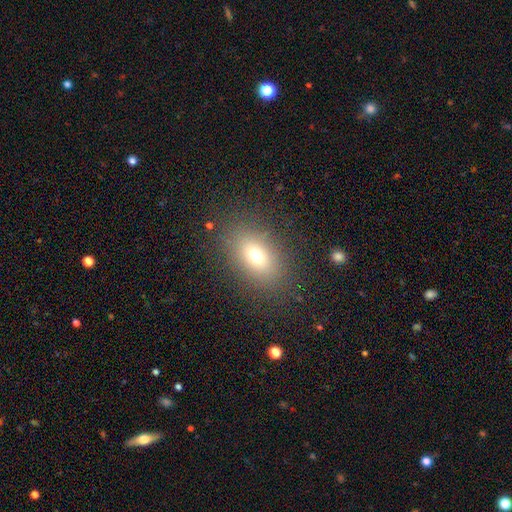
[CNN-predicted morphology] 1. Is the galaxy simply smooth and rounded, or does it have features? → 70% smooth, 15% star or artifact, 14% featured or disk.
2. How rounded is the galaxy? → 75% in between, 23% round, 2% cigar-shaped.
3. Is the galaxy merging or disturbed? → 83% none, 10% minor disturbance, 6% major disturbance, 1% merger.